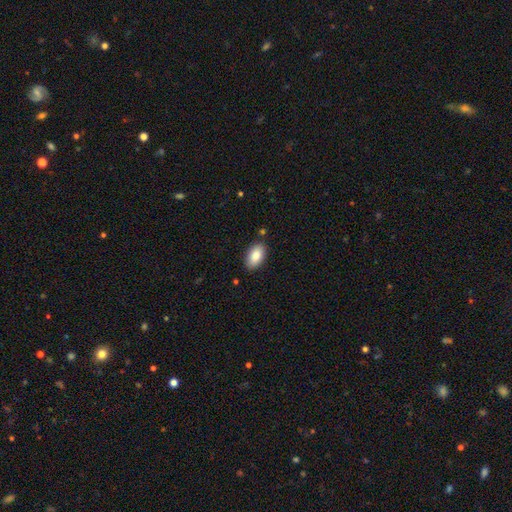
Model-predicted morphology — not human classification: Smooth or featured: smooth — 87% (star or artifact — 7%)
How rounded: in between — 94% (round — 4%)
Merging: none — 85% (minor disturbance — 10%)